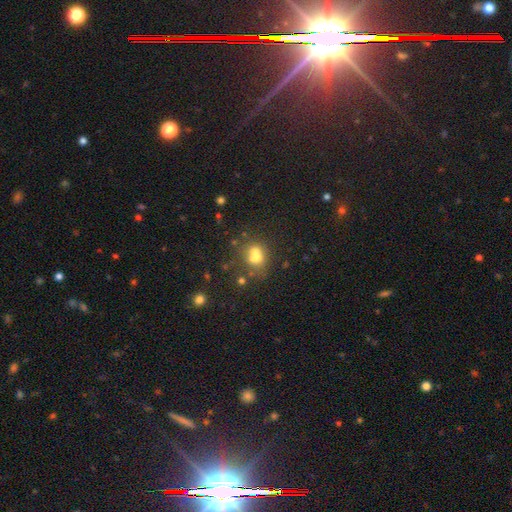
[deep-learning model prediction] This appears to be a smooth galaxy with no disk features (60%) that is round (60%). Merging: merger (48%).